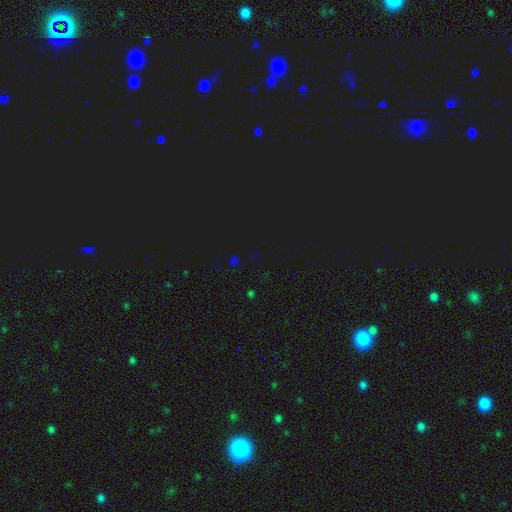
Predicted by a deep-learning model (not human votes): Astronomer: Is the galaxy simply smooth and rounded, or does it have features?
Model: star or artifact — 70%.